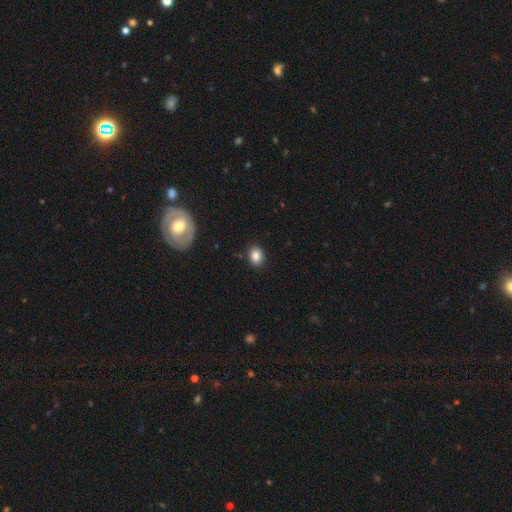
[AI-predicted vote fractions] smooth_or_featured: smooth (p=0.85) [alt: star or artifact p=0.09]
how_rounded: in between (p=0.62) [alt: round p=0.37]
merging: none (p=0.87) [alt: minor disturbance p=0.09]